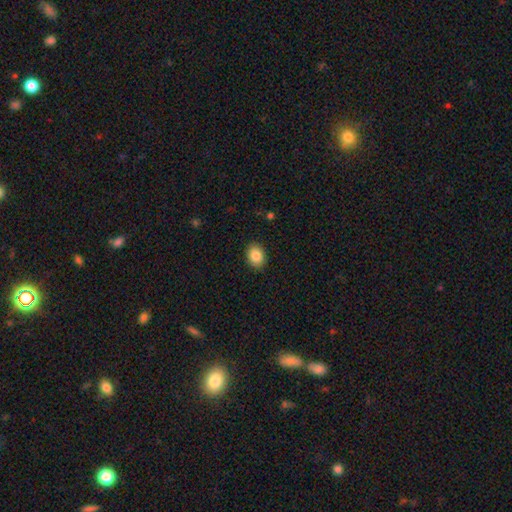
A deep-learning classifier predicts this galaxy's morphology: smooth_or_featured: smooth (p=0.87) [alt: star or artifact p=0.08]
how_rounded: in between (p=0.65) [alt: round p=0.34]
merging: none (p=0.90) [alt: minor disturbance p=0.07]